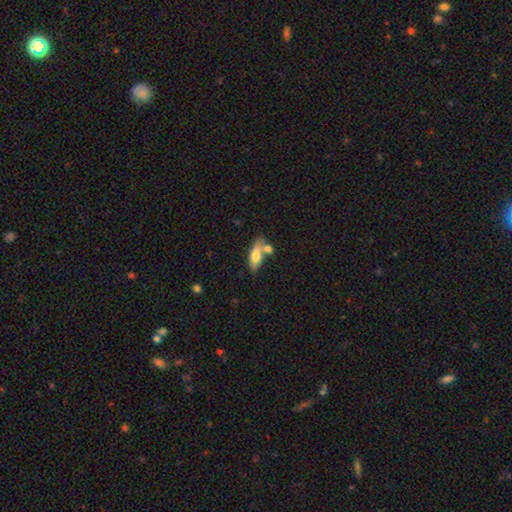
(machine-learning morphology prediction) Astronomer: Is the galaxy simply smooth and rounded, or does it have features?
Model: smooth — 68%.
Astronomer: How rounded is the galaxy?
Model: in between — 66%.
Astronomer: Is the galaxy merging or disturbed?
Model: none — 48% (runner-up: merger, 33%).